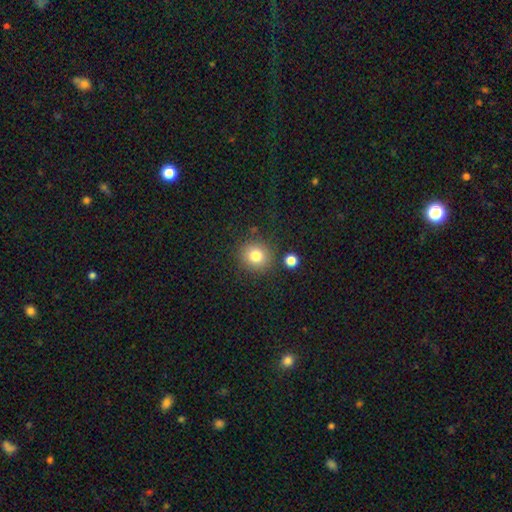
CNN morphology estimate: Overall: smooth (81%). How rounded: round (90%). Merging: none (85%).